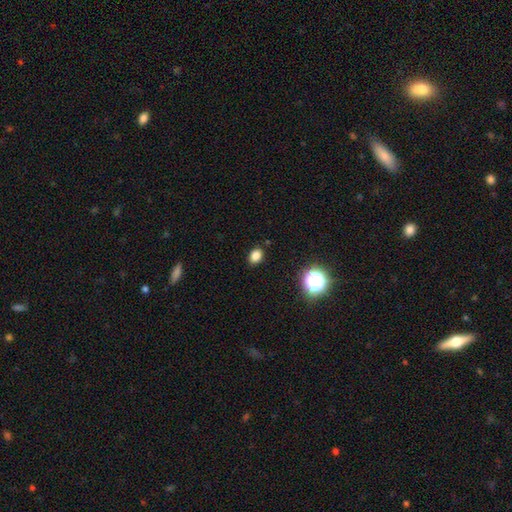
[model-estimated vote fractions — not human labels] Smooth or featured? Predicted: smooth (p=0.81). How rounded? Predicted: in between (p=0.65). Merging? Predicted: none (p=0.88).